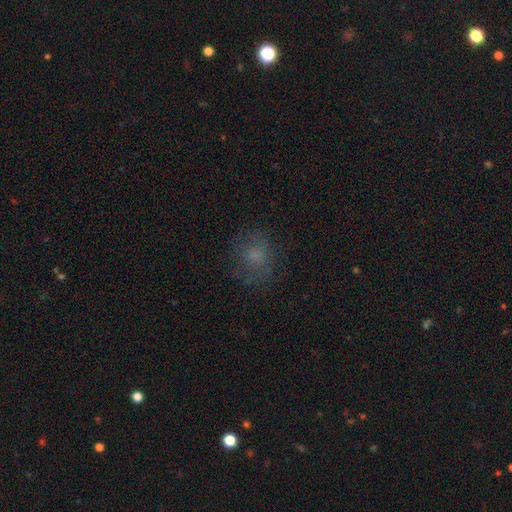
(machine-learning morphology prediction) Smooth or featured? Predicted: smooth (p=0.61). How rounded? Predicted: round (p=0.66). Merging? Predicted: none (p=0.69).